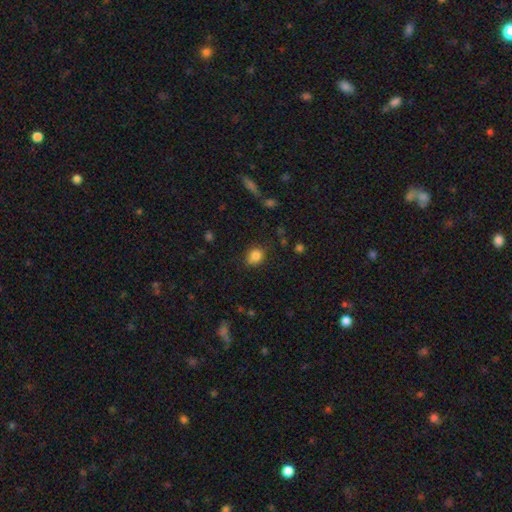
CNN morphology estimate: This is clearly a smooth galaxy (83%). How rounded: likely round (61%). Merging: likely none (70%).